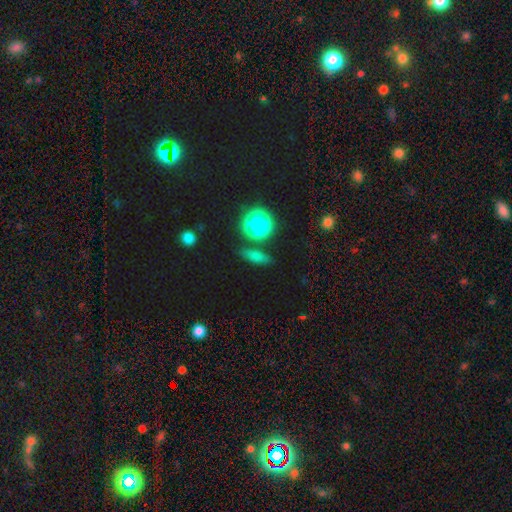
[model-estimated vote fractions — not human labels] Q: Smooth or featured?
A: smooth (62%); runner-up: star or artifact (23%)
Q: How rounded?
A: in between (43%); runner-up: cigar-shaped (34%)
Q: Merging?
A: none (80%); runner-up: minor disturbance (12%)